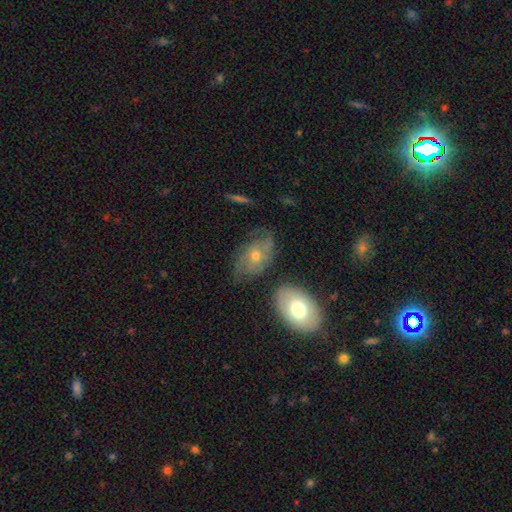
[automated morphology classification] Overall: featured or disk (57%; smooth 33%). Edge-on disk: no (94%). Bar: no (78%). Spiral arms: yes (72%). Bulge size: moderate (53%; small 42%). Merging: none (52%; minor disturbance 28%).